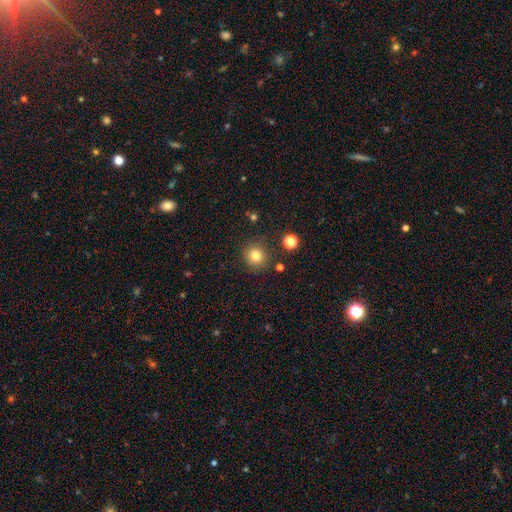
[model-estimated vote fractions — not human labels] The model was most divided on "smooth or featured": smooth: 81%, star or artifact: 13%, featured or disk: 6%. More confident: how rounded — round (92%); merging — none (87%).